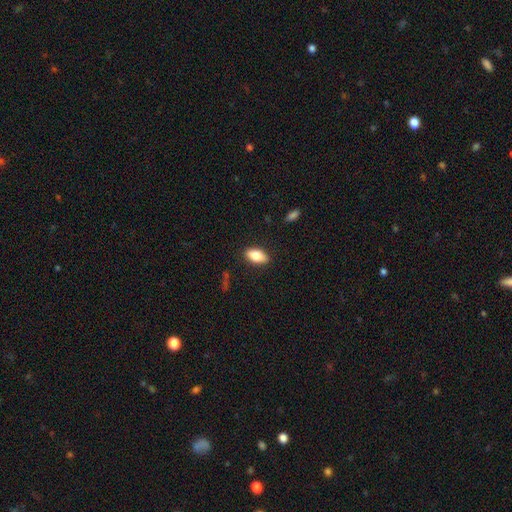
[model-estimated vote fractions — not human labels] The model was most divided on "smooth or featured": smooth: 82%, featured or disk: 11%, star or artifact: 7%. More confident: how rounded — in between (90%); merging — none (87%).